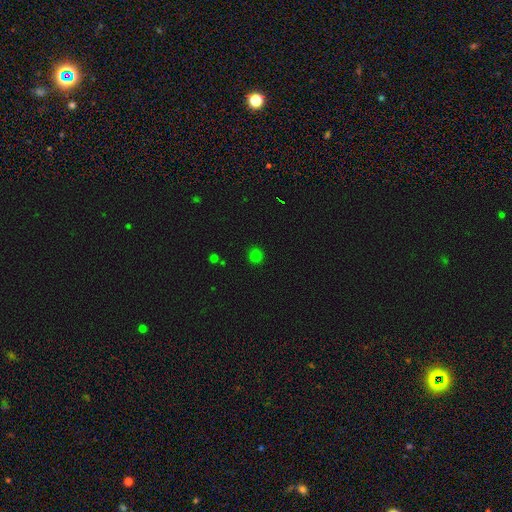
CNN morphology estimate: type=smooth (75%); roundness=round (85%); merging=none (87%).